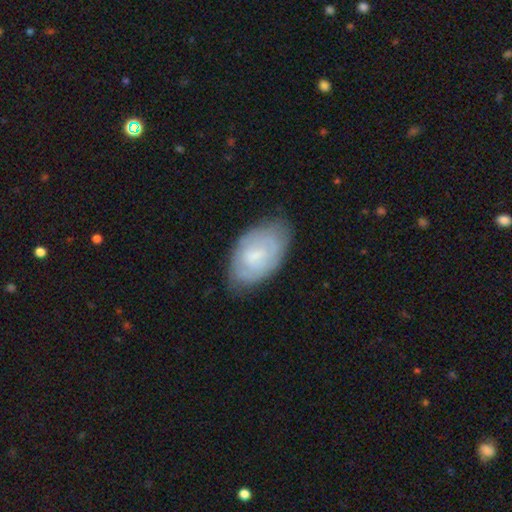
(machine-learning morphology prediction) type=featured or disk (48%); merging=none (70%).